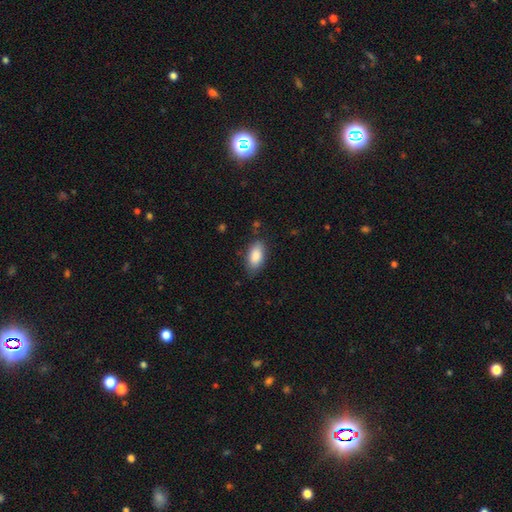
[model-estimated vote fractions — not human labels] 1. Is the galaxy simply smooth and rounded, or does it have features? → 87% smooth, 7% featured or disk, 6% star or artifact.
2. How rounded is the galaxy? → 92% in between, 5% cigar-shaped, 3% round.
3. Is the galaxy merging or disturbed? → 79% none, 16% minor disturbance, 4% major disturbance, 1% merger.